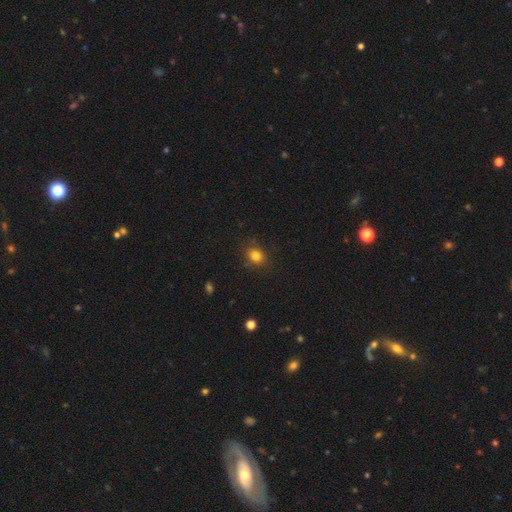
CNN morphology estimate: This is clearly a smooth galaxy (82%). How rounded: likely round (69%). Merging: clearly none (84%).